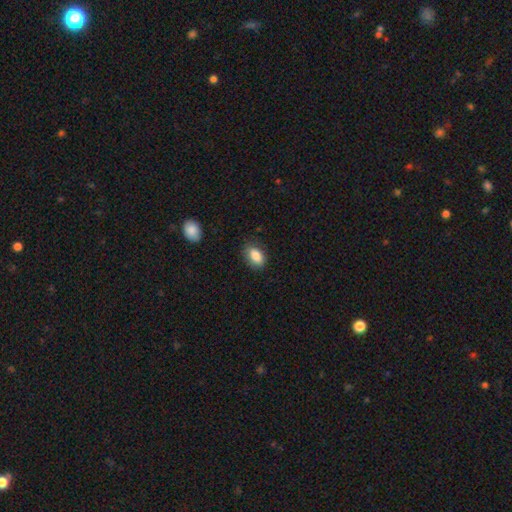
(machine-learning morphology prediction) The model was most divided on "merging": none: 80%, minor disturbance: 16%, major disturbance: 3%, merger: 1%. More confident: how rounded — in between (88%); smooth or featured — smooth (87%).